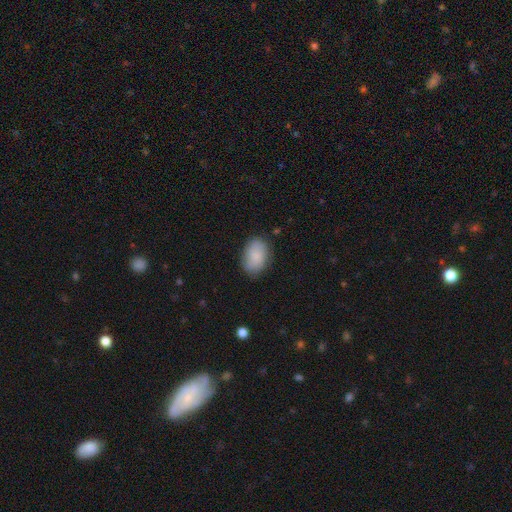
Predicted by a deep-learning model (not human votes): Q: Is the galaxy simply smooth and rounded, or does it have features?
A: smooth — 80%.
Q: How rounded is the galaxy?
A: in between — 85%.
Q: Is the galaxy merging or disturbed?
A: none — 77%.